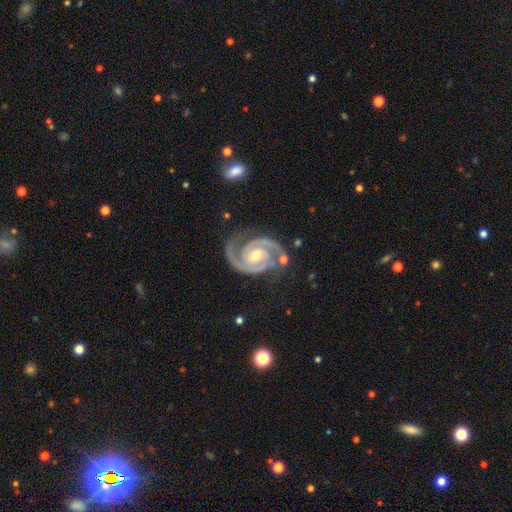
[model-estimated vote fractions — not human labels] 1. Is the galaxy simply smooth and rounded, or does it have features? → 94% featured or disk, 4% star or artifact, 2% smooth.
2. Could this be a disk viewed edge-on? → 98% no, 2% yes.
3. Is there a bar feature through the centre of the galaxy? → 44% no, 39% weak, 17% strong.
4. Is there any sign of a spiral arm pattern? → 99% yes, 1% no.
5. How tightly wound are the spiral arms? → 55% tight, 41% medium, 4% loose.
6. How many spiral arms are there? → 91% 2, 4% 3, 2% can't tell, 1% 1, 1% 4, 1% more than 4.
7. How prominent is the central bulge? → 53% moderate, 43% small, 2% large, 1% none, 1% dominant.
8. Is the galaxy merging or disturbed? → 77% none, 16% minor disturbance, 5% major disturbance, 3% merger.